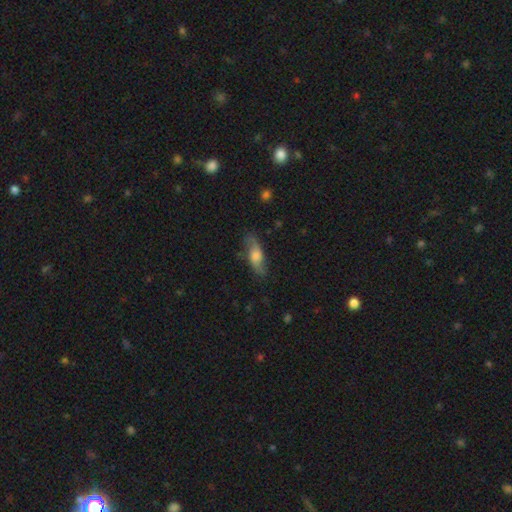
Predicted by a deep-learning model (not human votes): Smooth or featured?
  - featured or disk: 53% *
  - smooth: 40%
  - star or artifact: 7%
Edge-on disk?
  - no: 69% *
  - yes: 31%
Merging?
  - none: 77% *
  - minor disturbance: 17%
  - major disturbance: 5%
  - merger: 1%